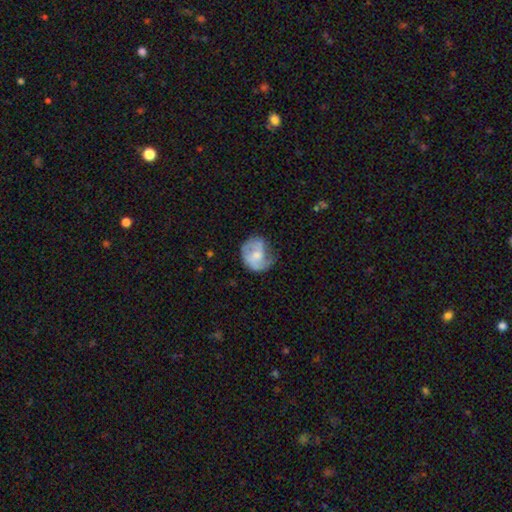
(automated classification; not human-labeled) smooth-or-featured: featured or disk: 59% | smooth: 35% | star or artifact: 6%
  disk-edge-on: no: 98% | yes: 2%
    bar: no: 58% | weak: 34% | strong: 8%
    has-spiral-arms: yes: 80% | no: 20%
    bulge-size: moderate: 47% | small: 40% | none: 7% | large: 5% | dominant: 1%
  merging: none: 53% | minor disturbance: 28% | major disturbance: 17% | merger: 2%